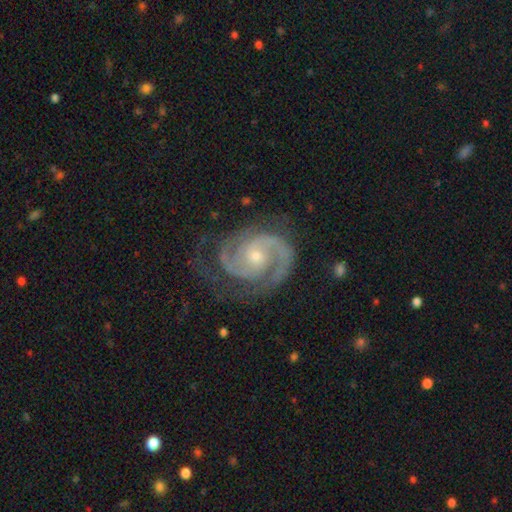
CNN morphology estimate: A featured or disk galaxy (92%) with no bar (62%), 2 (88%) tight (56%) spiral arms (99%) and a small central bulge (54%).

Vote fractions:
- Smooth or featured? featured or disk: 92% / star or artifact: 5% / smooth: 3%
- Edge-on disk? no: 98% / yes: 2%
- Bar? no: 62% / weak: 29% / strong: 9%
- Spiral arms? yes: 99% / no: 1%
- Spiral winding? tight: 56% / medium: 39% / loose: 5%
- Spiral arm count? 2: 88% / 3: 5% / can't tell: 3% / 1: 2% / 4: 1% / more than 4: 1%
- Bulge size? small: 54% / moderate: 42% / none: 2% / large: 2% / dominant: 1%
- Merging? none: 77% / minor disturbance: 16% / major disturbance: 6% / merger: 1%